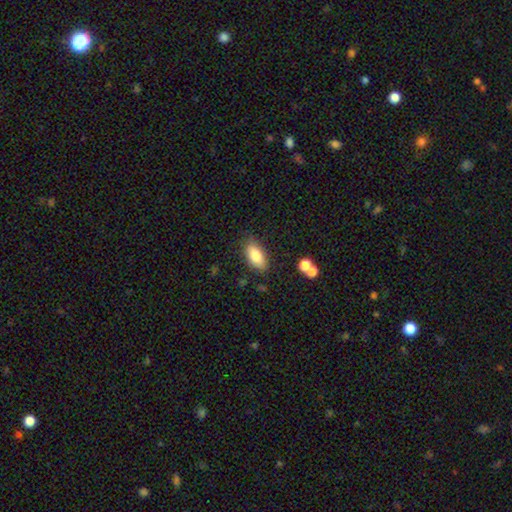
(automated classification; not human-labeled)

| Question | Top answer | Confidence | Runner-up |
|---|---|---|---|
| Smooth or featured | smooth | 81% | featured or disk (11%) |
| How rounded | in between | 88% | cigar-shaped (8%) |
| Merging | none | 80% | minor disturbance (13%) |